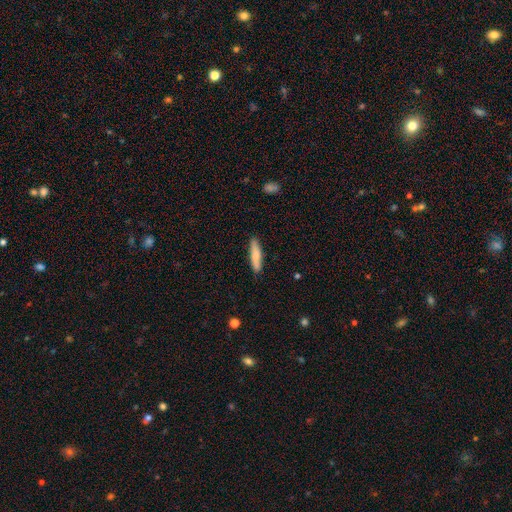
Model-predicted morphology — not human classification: Smooth or featured: smooth — 80% (featured or disk — 15%)
How rounded: cigar-shaped — 81% (in between — 17%)
Merging: none — 86% (minor disturbance — 11%)